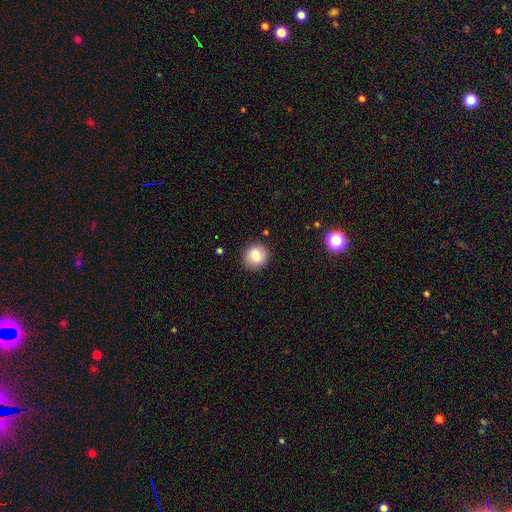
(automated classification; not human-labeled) The model was most divided on "smooth or featured": smooth: 80%, featured or disk: 10%, star or artifact: 9%. More confident: merging — none (88%); how rounded — round (87%).